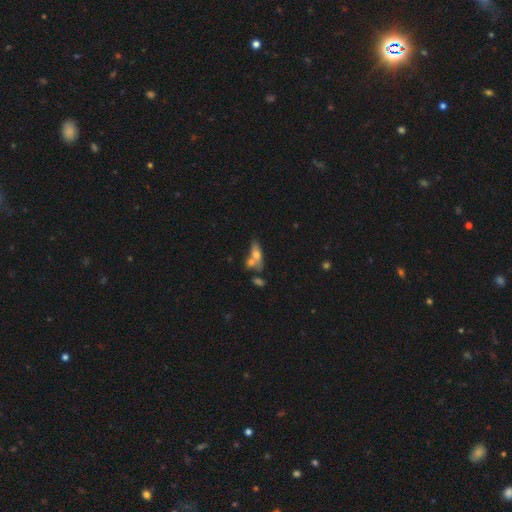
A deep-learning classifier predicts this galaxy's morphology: This appears to be a smooth galaxy with no disk features (58%) that is in between round and cigar-shaped (67%). Merging: merger (46%).